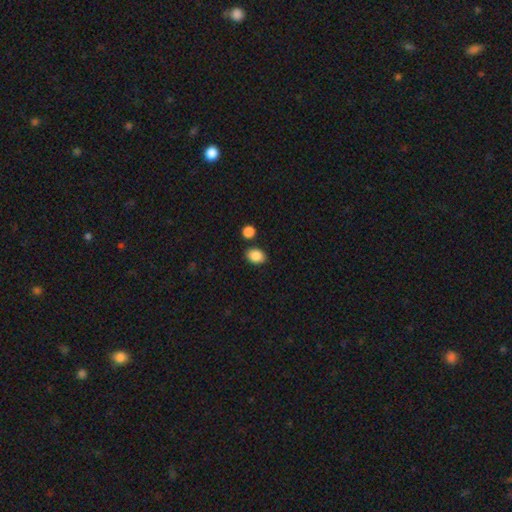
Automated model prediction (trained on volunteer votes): A smooth galaxy with no disk features (87%) that is in between round and cigar-shaped (71%). Merging: none (80%).